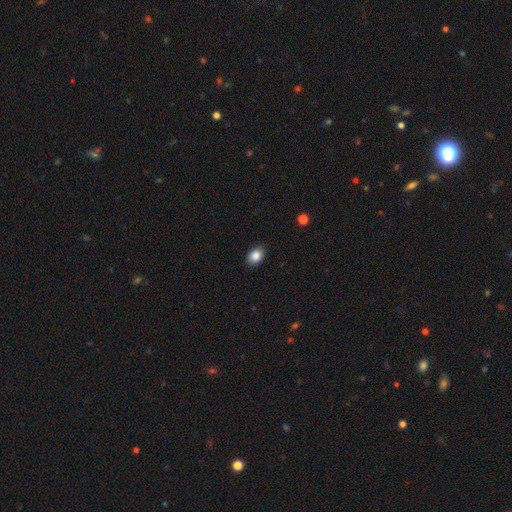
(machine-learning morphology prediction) Smooth or featured? smooth (87%)
How rounded? in between (71%)
Merging? none (89%)